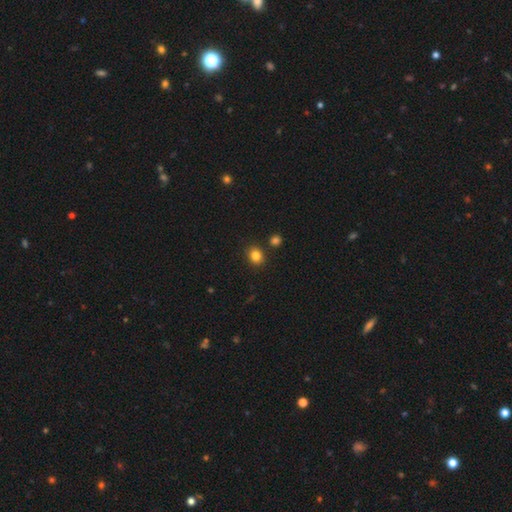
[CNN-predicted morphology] The model was most divided on "how rounded": round: 67%, in between: 32%, cigar-shaped: 1%. More confident: merging — none (86%); smooth or featured — smooth (83%).